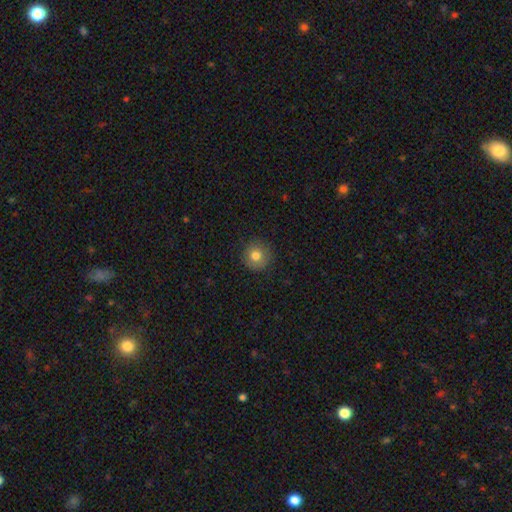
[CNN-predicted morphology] Q: Smooth or featured?
A: smooth (79%); runner-up: star or artifact (11%)
Q: How rounded?
A: round (95%); runner-up: in between (4%)
Q: Merging?
A: none (89%); runner-up: minor disturbance (8%)